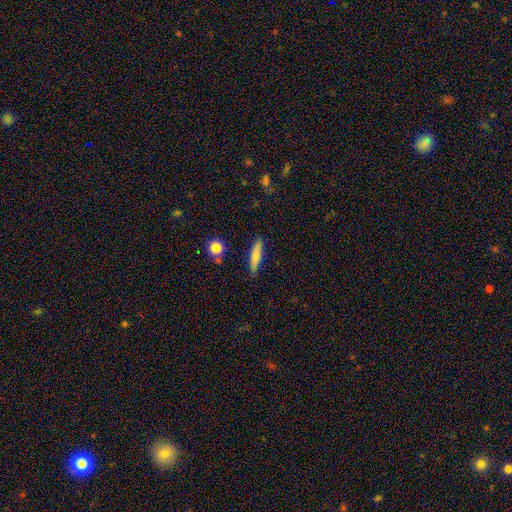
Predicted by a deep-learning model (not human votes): Q: Smooth or featured?
A: smooth (76%); runner-up: featured or disk (17%)
Q: How rounded?
A: cigar-shaped (84%); runner-up: in between (14%)
Q: Merging?
A: none (86%); runner-up: minor disturbance (10%)